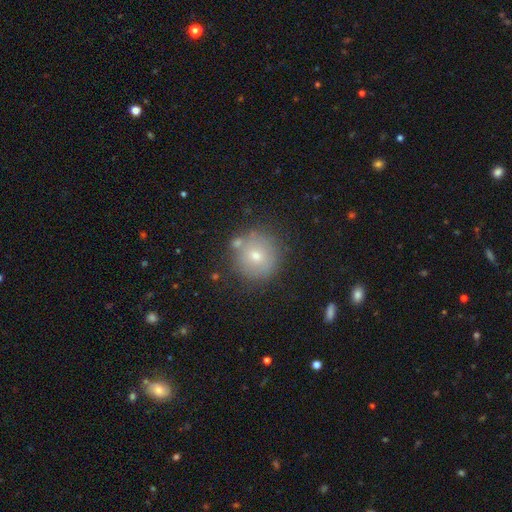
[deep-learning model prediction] Q: Smooth or featured?
A: smooth (67%); runner-up: featured or disk (18%)
Q: How rounded?
A: round (94%); runner-up: in between (5%)
Q: Merging?
A: none (81%); runner-up: minor disturbance (10%)